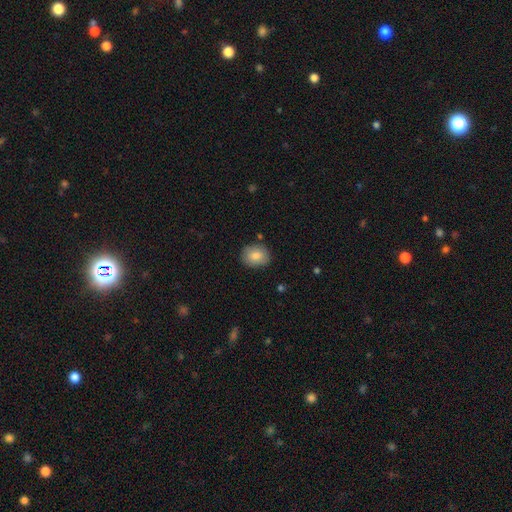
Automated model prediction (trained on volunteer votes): Q: Smooth or featured?
A: smooth (83%); runner-up: featured or disk (9%)
Q: How rounded?
A: round (57%); runner-up: in between (42%)
Q: Merging?
A: none (86%); runner-up: minor disturbance (10%)